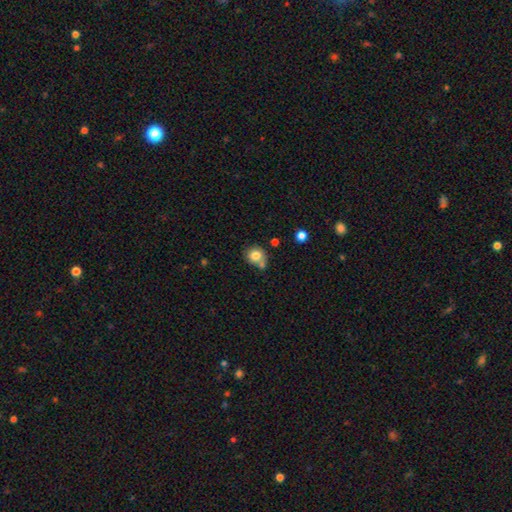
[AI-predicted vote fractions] Overall: smooth (80%). How rounded: round (77%). Merging: none (53%; merger 27%).